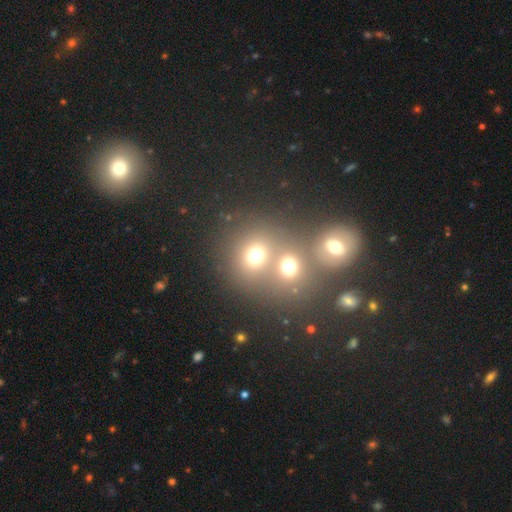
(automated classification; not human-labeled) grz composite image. It shows a smooth galaxy with no disk features (69%) that is round (79%). Merging: merger (53%).